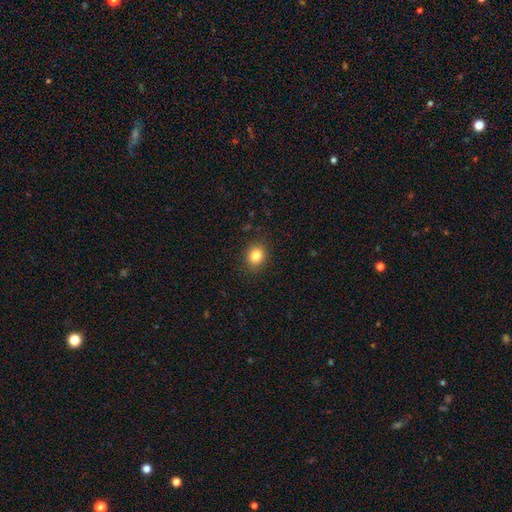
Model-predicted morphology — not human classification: smooth 82%, star or artifact 11%, featured or disk 7%. Down the decision tree: how rounded — round (68%); merging — none (89%).